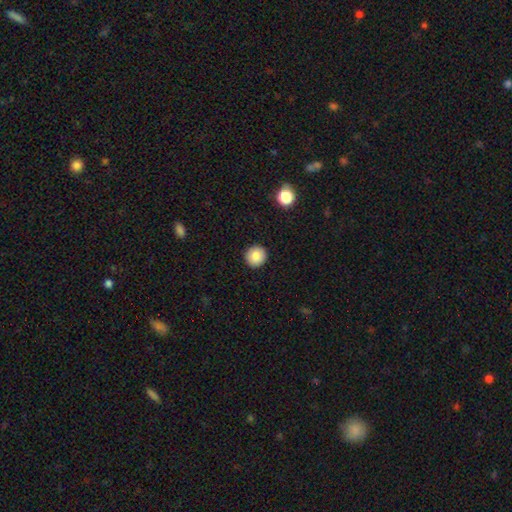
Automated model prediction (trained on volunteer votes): Morphology: type=smooth (85%); roundness=round (94%); merging=none (93%).